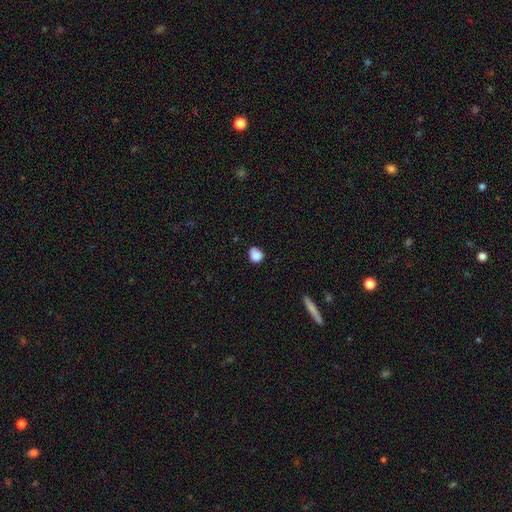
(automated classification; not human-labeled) smooth_or_featured: smooth (p=0.85) [alt: star or artifact p=0.10]
how_rounded: round (p=0.75) [alt: in between p=0.23]
merging: none (p=0.69) [alt: minor disturbance p=0.23]